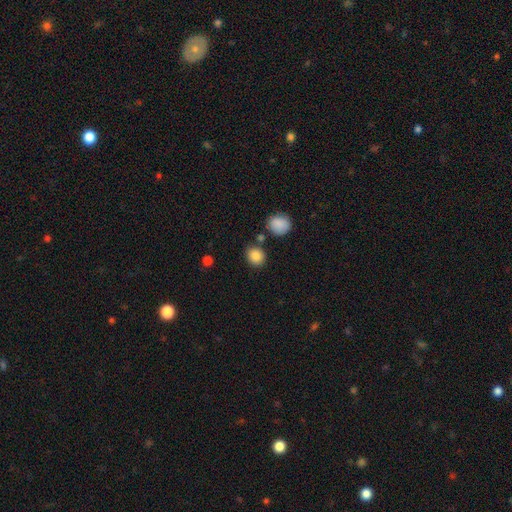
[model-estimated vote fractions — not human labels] Morphology: type=smooth (86%); roundness=round (75%); merging=none (79%).